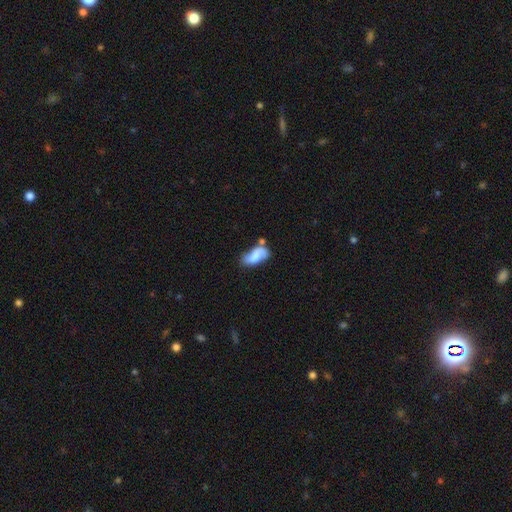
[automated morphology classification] type=smooth (56%); roundness=in between (90%); merging=none (40%).